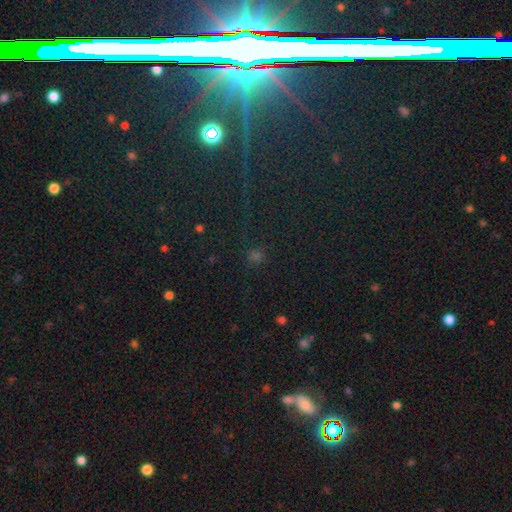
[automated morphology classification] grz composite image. It shows a star or artifact, not a galaxy (53%).